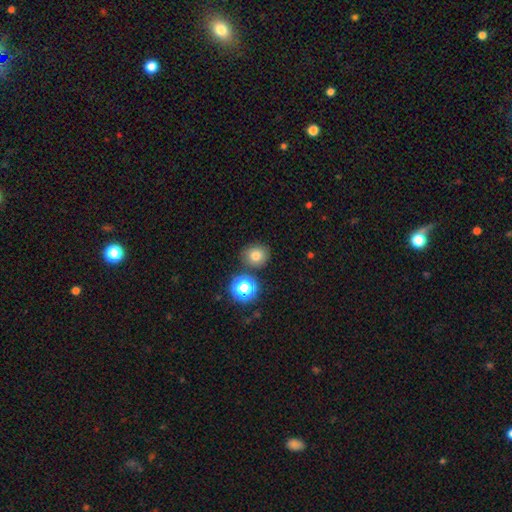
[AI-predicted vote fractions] The model was most divided on "smooth or featured": smooth: 77%, star or artifact: 16%, featured or disk: 8%. More confident: how rounded — round (84%); merging — none (82%).